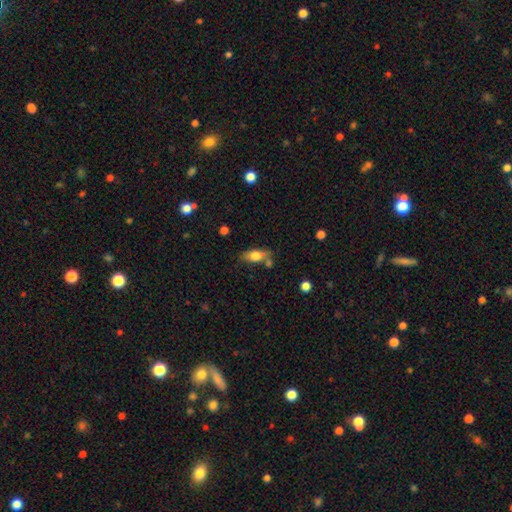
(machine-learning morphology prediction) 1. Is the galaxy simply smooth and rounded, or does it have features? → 69% smooth, 23% featured or disk, 8% star or artifact.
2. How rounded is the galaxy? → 78% in between, 17% cigar-shaped, 5% round.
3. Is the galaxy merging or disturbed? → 61% none, 19% minor disturbance, 14% merger, 6% major disturbance.